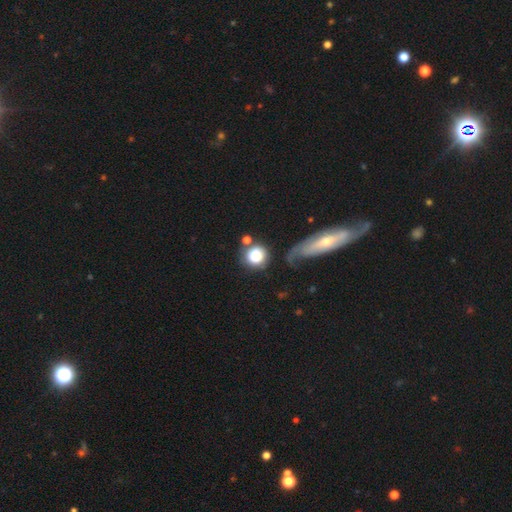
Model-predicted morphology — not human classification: Overall: smooth (81%). How rounded: round (89%). Merging: none (54%; merger 19%).